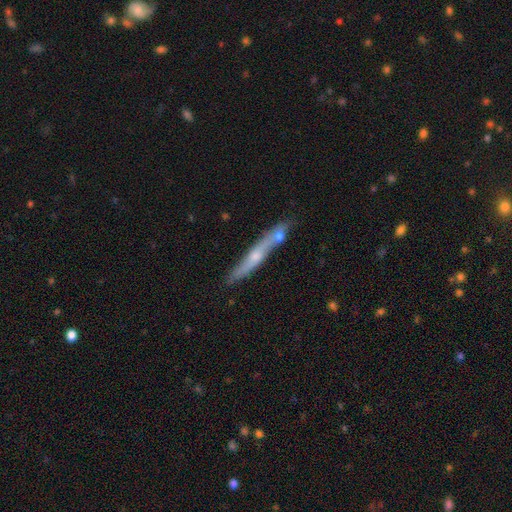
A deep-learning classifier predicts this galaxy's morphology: A featured or disk galaxy (59%) viewed edge-on (89%) with a rounded central bulge (69%).

Vote fractions:
- Smooth or featured? featured or disk: 59% / smooth: 34% / star or artifact: 7%
- Edge-on disk? yes: 89% / no: 11%
- Edge-on bulge? rounded: 69% / none: 26% / boxy: 5%
- Merging? none: 66% / merger: 17% / minor disturbance: 14% / major disturbance: 4%